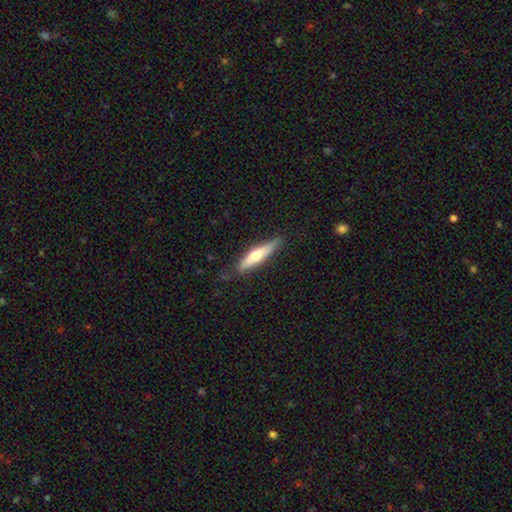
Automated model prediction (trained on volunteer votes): A smooth galaxy with no disk features (51%) that is cigar-shaped (82%). Merging: none (79%).